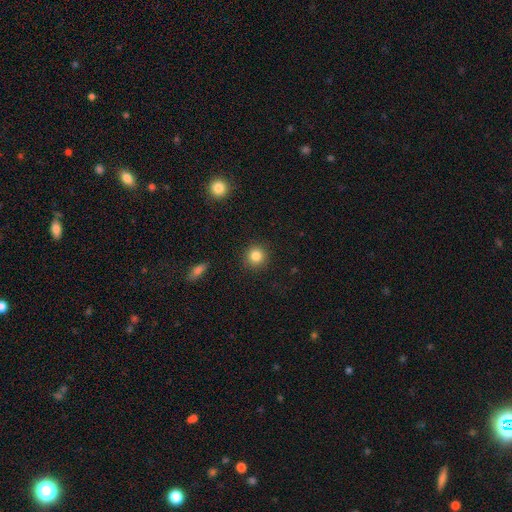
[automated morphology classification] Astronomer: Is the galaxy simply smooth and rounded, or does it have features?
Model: smooth — 85%.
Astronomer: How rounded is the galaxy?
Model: round — 93%.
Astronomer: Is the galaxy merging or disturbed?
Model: none — 90%.